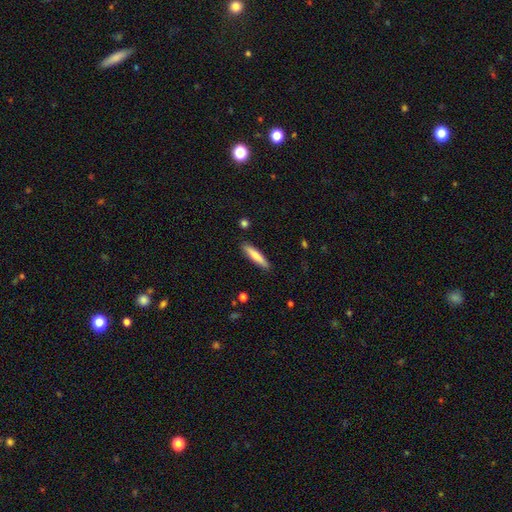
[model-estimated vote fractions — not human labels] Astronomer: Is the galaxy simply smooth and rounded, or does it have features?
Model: smooth — 74%.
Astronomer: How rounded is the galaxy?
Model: cigar-shaped — 87%.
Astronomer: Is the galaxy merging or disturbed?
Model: none — 90%.